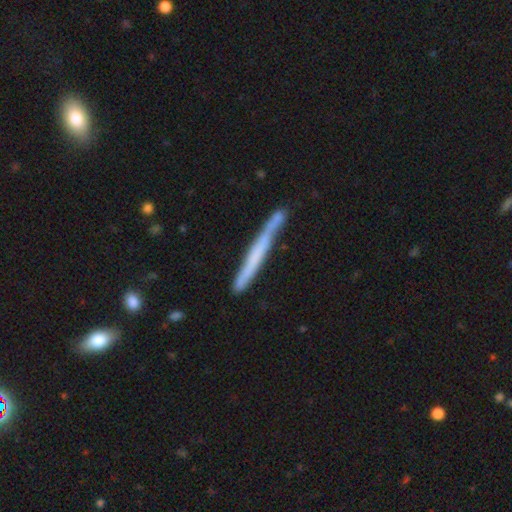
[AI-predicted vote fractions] smooth-or-featured: featured or disk: 51% | smooth: 43% | star or artifact: 6%
  disk-edge-on: yes: 94% | no: 6%
  merging: none: 71% | minor disturbance: 18% | merger: 7% | major disturbance: 4%